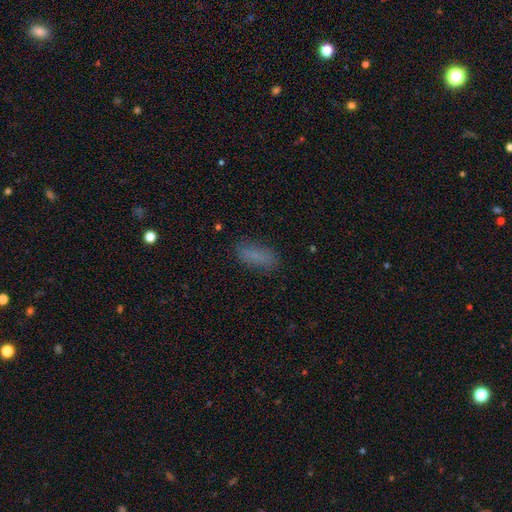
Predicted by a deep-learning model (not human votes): A smooth galaxy with no disk features (79%) that is in between round and cigar-shaped (65%).

Vote fractions:
- Smooth or featured? smooth: 79% / star or artifact: 11% / featured or disk: 10%
- How rounded? in between: 65% / cigar-shaped: 33% / round: 3%
- Merging? none: 81% / minor disturbance: 14% / major disturbance: 4% / merger: 1%